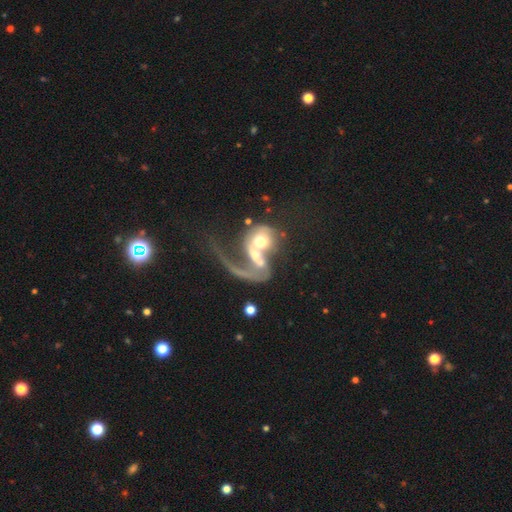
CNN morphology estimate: type=featured or disk (64%); edge-on=no (95%); bar=no (62%); spiral arms=yes (68%); bulge=moderate (59%); merging=merger (59%).